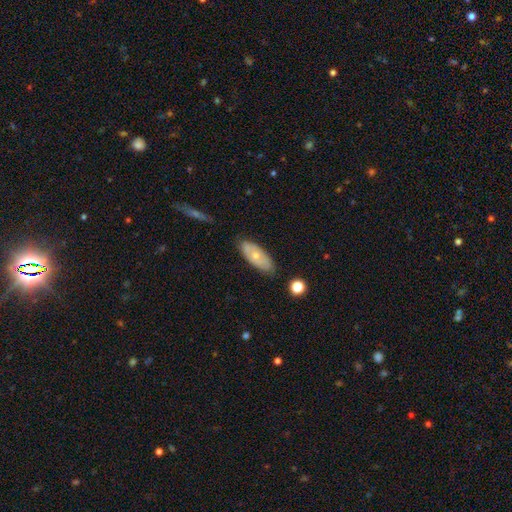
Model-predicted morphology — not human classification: Smooth or featured?
  - smooth: 51% *
  - featured or disk: 42%
  - star or artifact: 7%
How rounded?
  - in between: 81% *
  - cigar-shaped: 15%
  - round: 4%
Merging?
  - none: 80% *
  - minor disturbance: 15%
  - major disturbance: 3%
  - merger: 2%